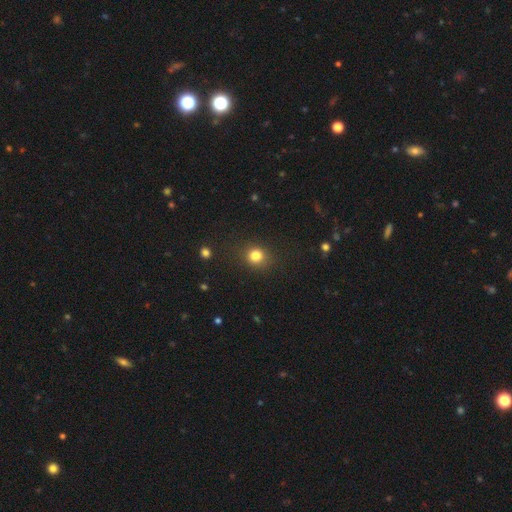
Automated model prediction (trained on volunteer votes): A smooth galaxy with no disk features (82%) that is round (78%).

Vote fractions:
- Smooth or featured? smooth: 82% / star or artifact: 13% / featured or disk: 5%
- How rounded? round: 78% / in between: 21% / cigar-shaped: 1%
- Merging? none: 84% / minor disturbance: 10% / major disturbance: 4% / merger: 2%